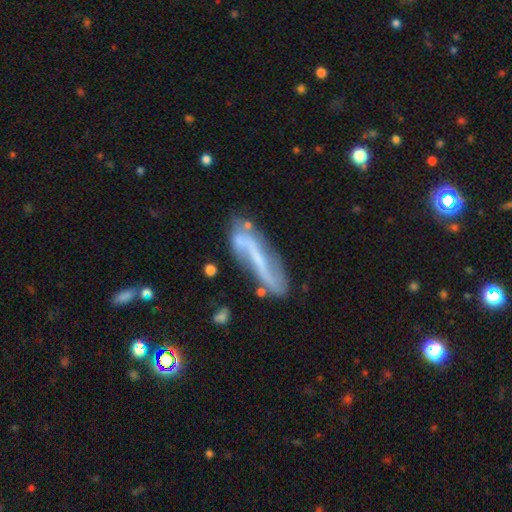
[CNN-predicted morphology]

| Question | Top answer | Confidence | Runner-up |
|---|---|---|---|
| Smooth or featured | featured or disk | 74% | smooth (18%) |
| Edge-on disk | no | 75% | yes (25%) |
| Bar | strong | 46% | weak (29%) |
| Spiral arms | yes | 85% | no (15%) |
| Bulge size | small | 43% | none (42%) |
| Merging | none | 63% | minor disturbance (21%) |